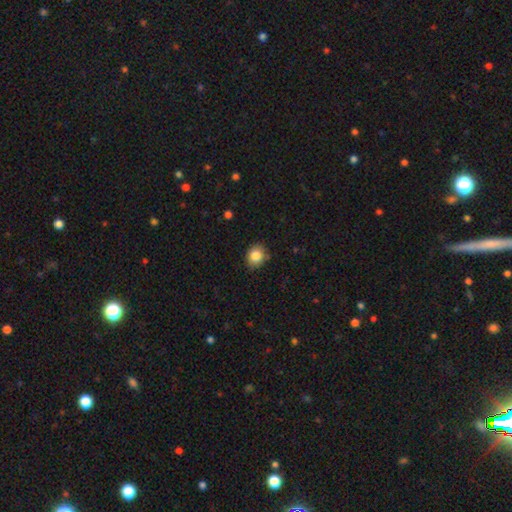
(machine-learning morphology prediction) Smooth or featured: smooth — 85% (star or artifact — 9%)
How rounded: round — 54% (in between — 45%)
Merging: none — 83% (minor disturbance — 13%)